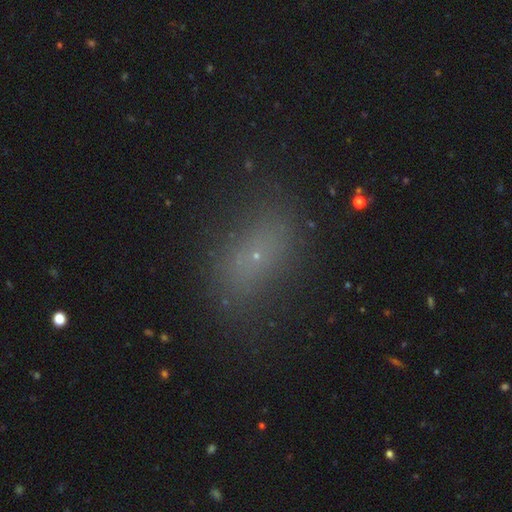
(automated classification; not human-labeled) Smooth or featured?
  - smooth: 56% *
  - star or artifact: 24%
  - featured or disk: 20%
How rounded?
  - in between: 80% *
  - round: 14%
  - cigar-shaped: 6%
Merging?
  - none: 72% *
  - minor disturbance: 17%
  - major disturbance: 9%
  - merger: 2%